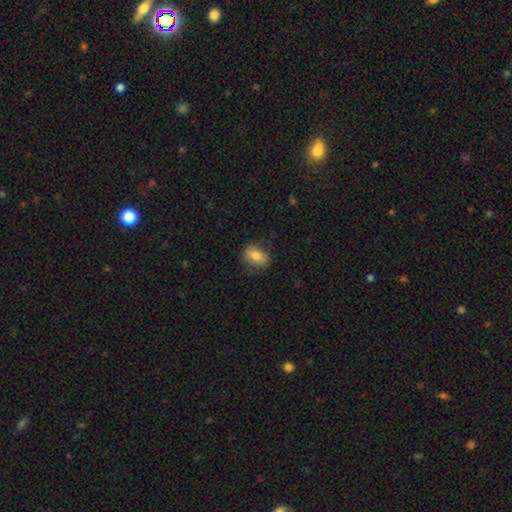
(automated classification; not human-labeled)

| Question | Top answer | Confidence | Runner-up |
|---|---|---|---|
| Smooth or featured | smooth | 75% | featured or disk (17%) |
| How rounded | in between | 76% | round (21%) |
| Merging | none | 75% | minor disturbance (19%) |